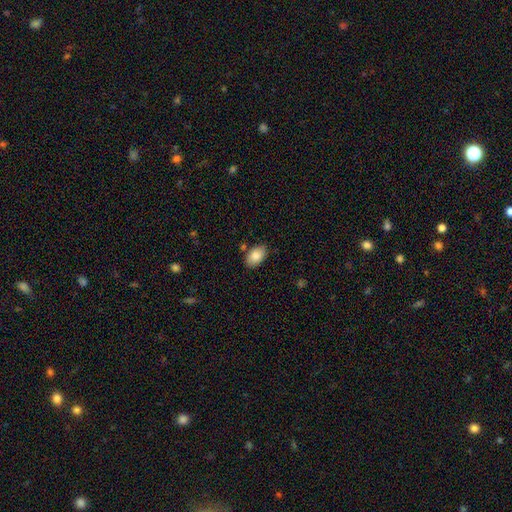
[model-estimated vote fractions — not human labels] A smooth galaxy with no disk features (85%) that is in between round and cigar-shaped (91%). Merging: none (81%).